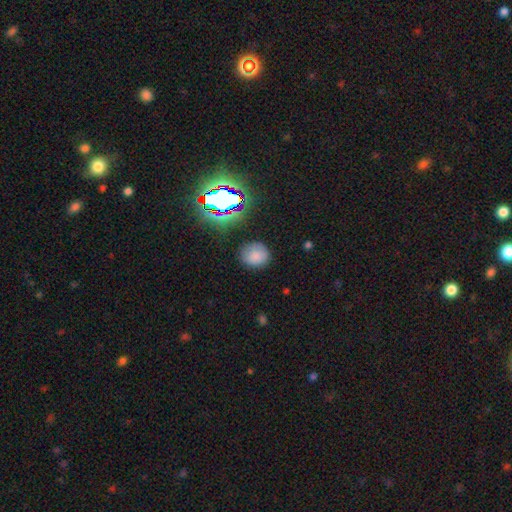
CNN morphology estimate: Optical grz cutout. It shows a smooth galaxy with no disk features (77%) that is round (79%). Merging: none (81%).